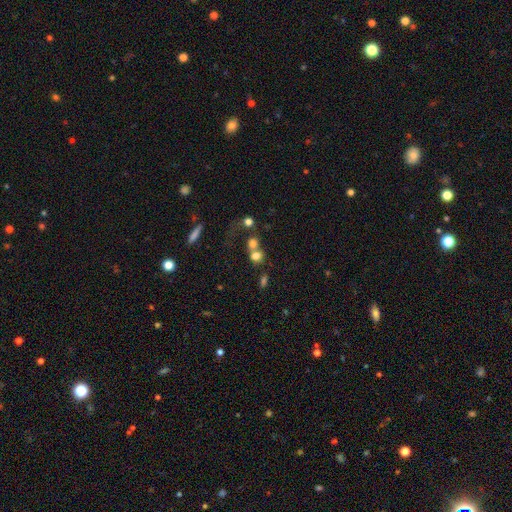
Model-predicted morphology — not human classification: type=smooth (72%); roundness=round (68%); merging=merger (55%).